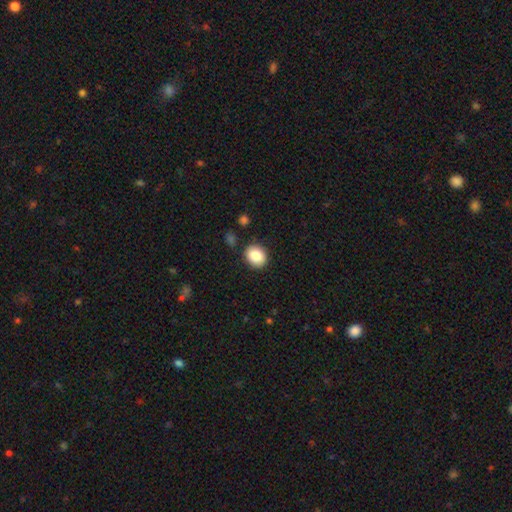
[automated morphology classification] Smooth or featured? Predicted: smooth (p=0.85). How rounded? Predicted: round (p=0.65). Merging? Predicted: none (p=0.87).